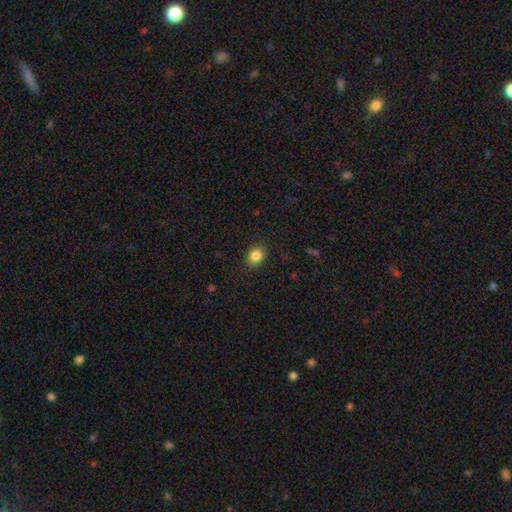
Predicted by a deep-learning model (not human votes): smooth-or-featured: smooth: 85% | star or artifact: 10% | featured or disk: 5%
  how-rounded: in between: 58% | round: 41% | cigar-shaped: 1%
  merging: none: 87% | minor disturbance: 9% | major disturbance: 2% | merger: 1%